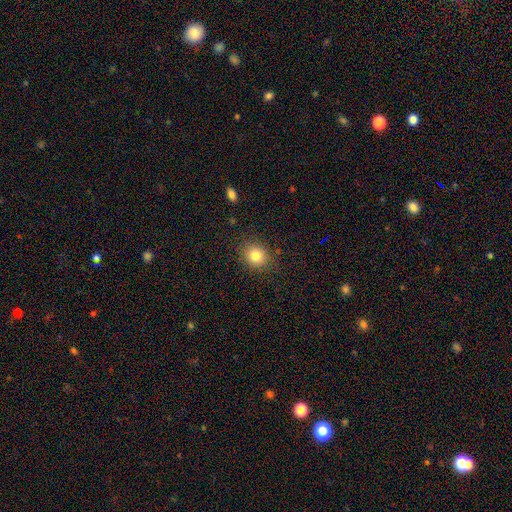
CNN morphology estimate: Smooth or featured?
  - smooth: 82% *
  - star or artifact: 11%
  - featured or disk: 7%
How rounded?
  - round: 67% *
  - in between: 32%
  - cigar-shaped: 1%
Merging?
  - none: 86% *
  - minor disturbance: 10%
  - major disturbance: 3%
  - merger: 1%